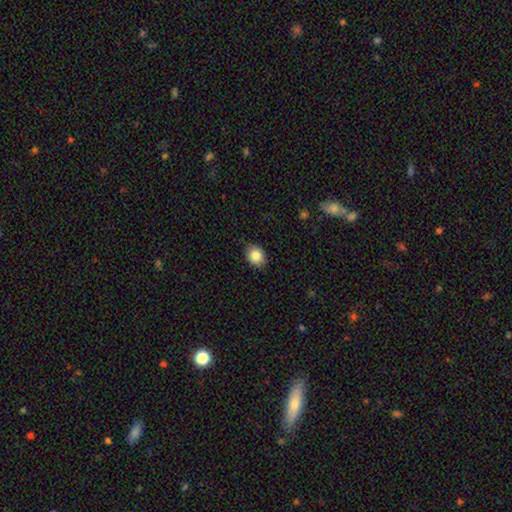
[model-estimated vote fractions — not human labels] A smooth galaxy with no disk features (84%) that is round (54%).

Vote fractions:
- Smooth or featured? smooth: 84% / star or artifact: 9% / featured or disk: 7%
- How rounded? round: 54% / in between: 45% / cigar-shaped: 1%
- Merging? none: 84% / minor disturbance: 12% / major disturbance: 2% / merger: 1%